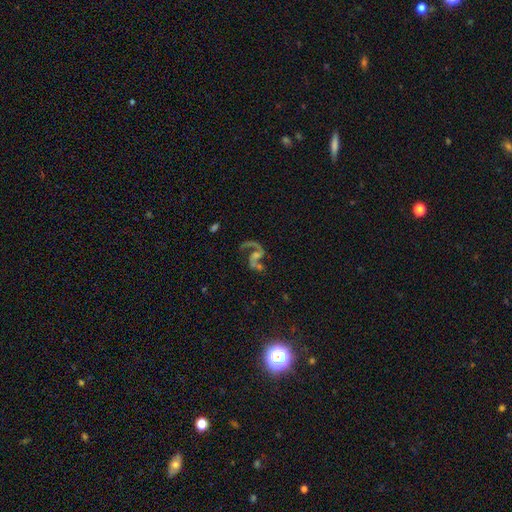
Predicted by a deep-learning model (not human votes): Q: Smooth or featured?
A: featured or disk (85%); runner-up: star or artifact (9%)
Q: Edge-on disk?
A: no (98%); runner-up: yes (2%)
Q: Bar?
A: no (47%); runner-up: weak (37%)
Q: Spiral arms?
A: yes (95%); runner-up: no (5%)
Q: Spiral winding?
A: loose (59%); runner-up: medium (34%)
Q: Spiral arm count?
A: 2 (84%); runner-up: 1 (11%)
Q: Bulge size?
A: small (44%); runner-up: moderate (29%)
Q: Merging?
A: none (54%); runner-up: major disturbance (18%)